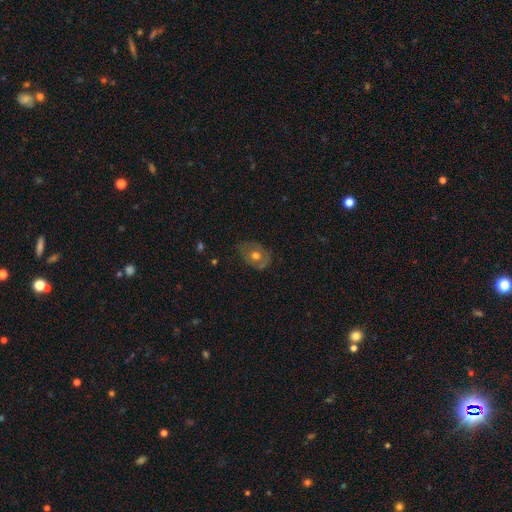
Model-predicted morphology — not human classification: Smooth or featured?
  - smooth: 51% *
  - featured or disk: 40%
  - star or artifact: 10%
How rounded?
  - in between: 57% *
  - round: 42%
  - cigar-shaped: 1%
Merging?
  - none: 60% *
  - minor disturbance: 28%
  - major disturbance: 10%
  - merger: 2%